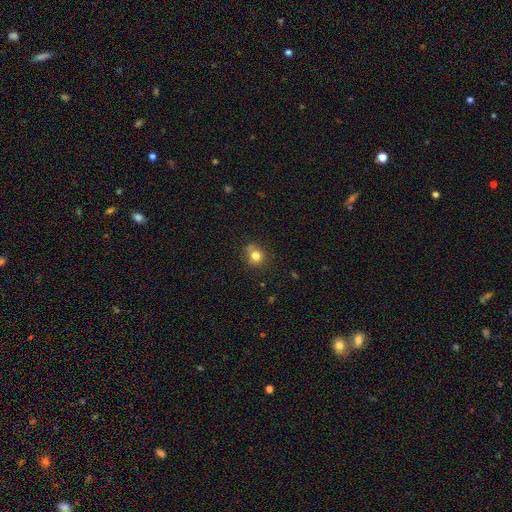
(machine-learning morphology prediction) smooth 79%, star or artifact 12%, featured or disk 9%. Down the decision tree: how rounded — round (81%); merging — none (69%).